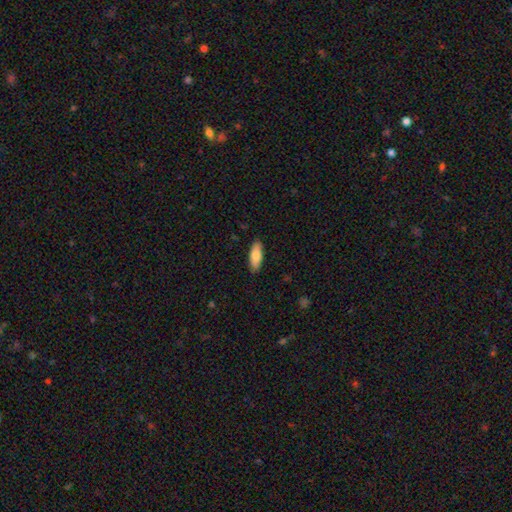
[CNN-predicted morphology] type=smooth (77%); roundness=in between (70%); merging=none (89%).